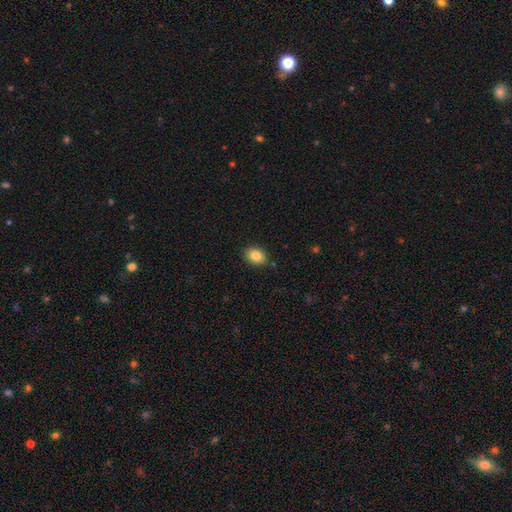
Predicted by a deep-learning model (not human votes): The model was most divided on "how rounded": in between: 67%, round: 32%, cigar-shaped: 1%. More confident: merging — none (88%); smooth or featured — smooth (85%).